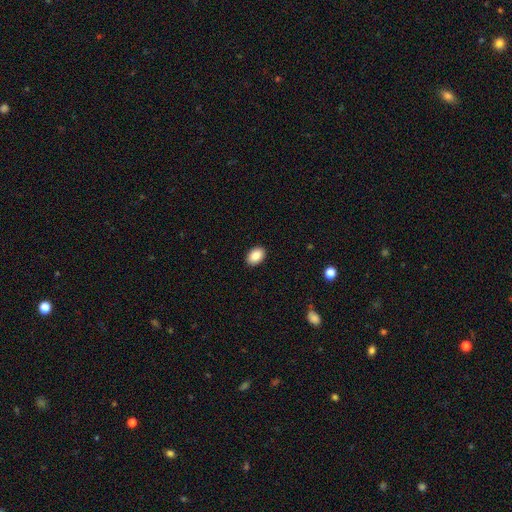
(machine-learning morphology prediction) A smooth galaxy with no disk features (87%) that is in between round and cigar-shaped (84%). Merging: none (91%).